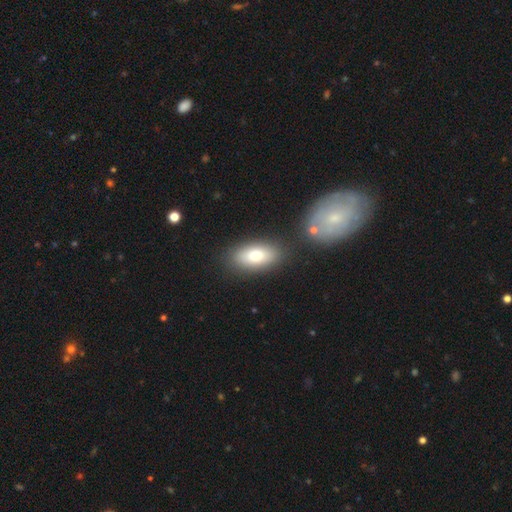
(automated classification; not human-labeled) Smooth or featured? smooth (74%)
How rounded? in between (88%)
Merging? none (81%)